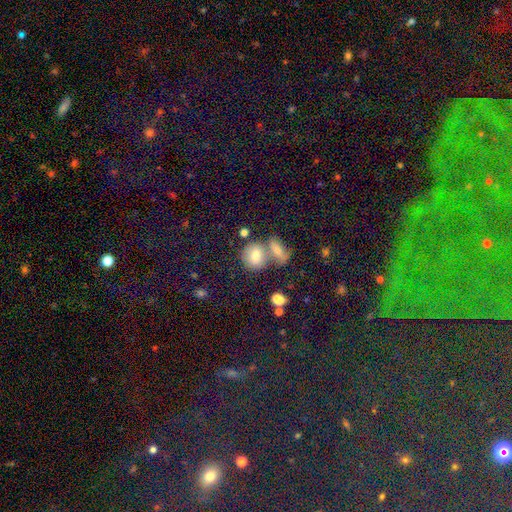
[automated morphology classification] smooth-or-featured: smooth: 75% | featured or disk: 15% | star or artifact: 10%
  how-rounded: round: 56% | in between: 41% | cigar-shaped: 3%
  merging: merger: 44% | none: 43% | minor disturbance: 9% | major disturbance: 4%